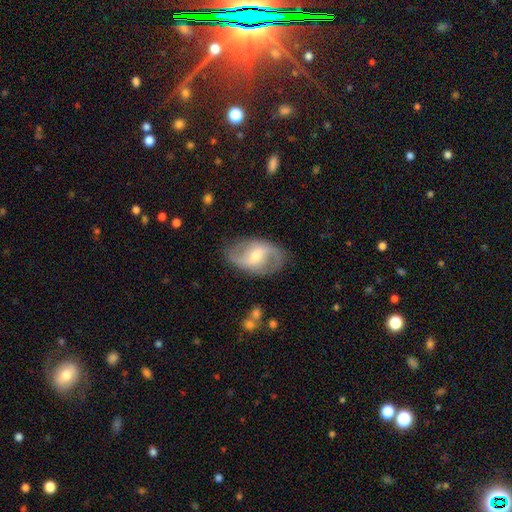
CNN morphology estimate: Smooth or featured?
  - featured or disk: 76% *
  - smooth: 19%
  - star or artifact: 6%
Edge-on disk?
  - no: 95% *
  - yes: 5%
Bar?
  - weak: 54% *
  - strong: 27%
  - no: 19%
Spiral arms?
  - yes: 87% *
  - no: 13%
Spiral winding?
  - medium: 43% * (tied)
  - loose: 43% * (tied)
  - tight: 15%
Spiral arm count?
  - 2: 87% *
  - can't tell: 7%
  - 1: 2%
  - 3: 2%
  - 4: 1%
  - more than 4: 1%
Bulge size?
  - moderate: 59% *
  - small: 34%
  - large: 4%
  - none: 2%
  - dominant: 1%
Merging?
  - none: 80% *
  - minor disturbance: 14%
  - major disturbance: 5%
  - merger: 1%